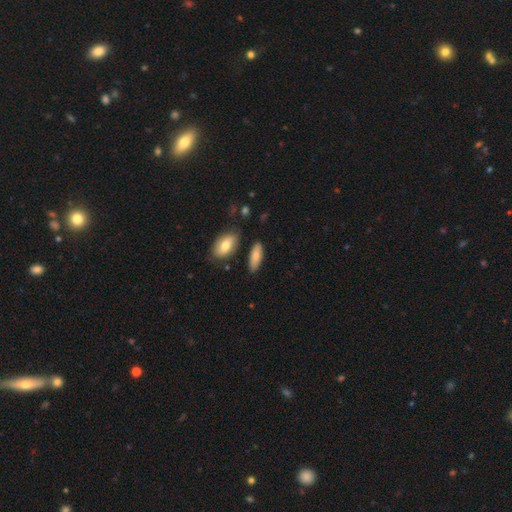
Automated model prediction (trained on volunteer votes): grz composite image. It shows a smooth galaxy with no disk features (80%) that is in between round and cigar-shaped (66%). Merging: none (78%).